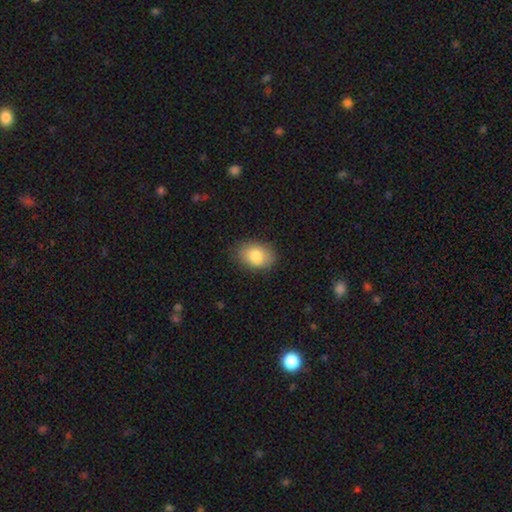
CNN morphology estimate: Q: Smooth or featured?
A: smooth (81%); runner-up: featured or disk (11%)
Q: How rounded?
A: in between (80%); runner-up: round (19%)
Q: Merging?
A: none (80%); runner-up: minor disturbance (15%)